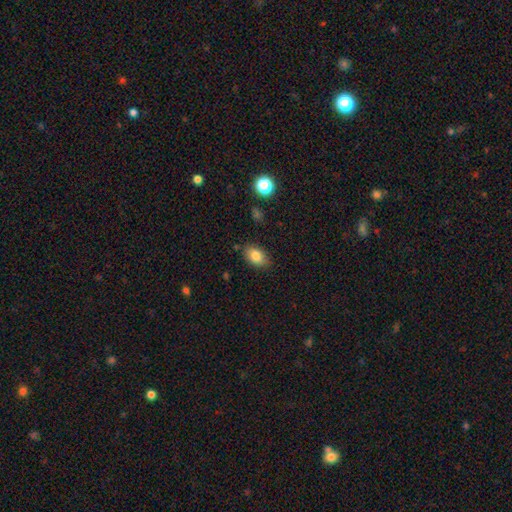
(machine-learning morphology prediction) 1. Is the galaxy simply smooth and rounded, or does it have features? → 83% smooth, 9% star or artifact, 8% featured or disk.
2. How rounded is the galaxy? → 87% in between, 11% round, 2% cigar-shaped.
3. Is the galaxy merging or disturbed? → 83% none, 12% minor disturbance, 3% major disturbance, 2% merger.